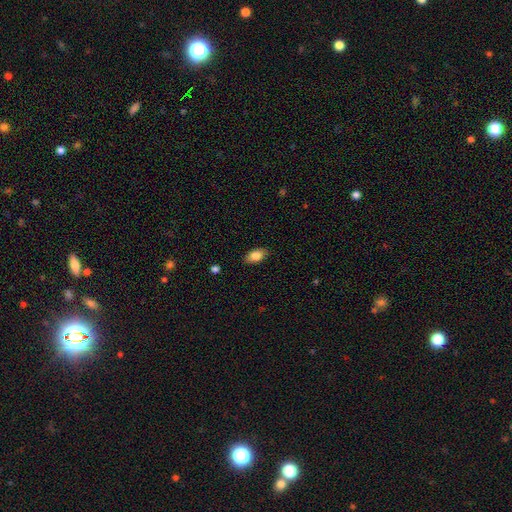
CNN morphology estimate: Smooth or featured? Predicted: smooth (p=0.82). How rounded? Predicted: in between (p=0.90). Merging? Predicted: none (p=0.87).